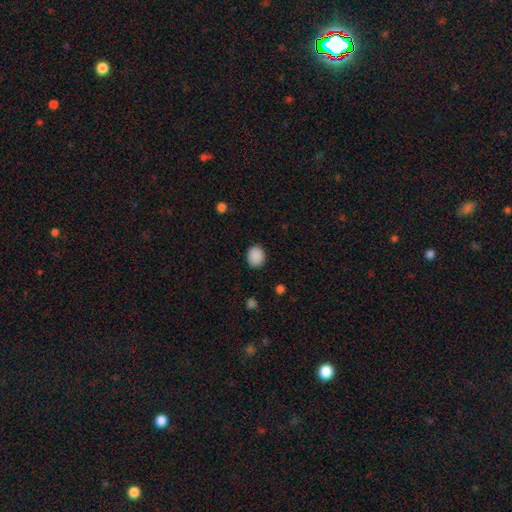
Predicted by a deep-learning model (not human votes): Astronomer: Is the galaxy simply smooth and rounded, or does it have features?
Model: smooth — 89%.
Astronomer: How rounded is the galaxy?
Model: round — 71%.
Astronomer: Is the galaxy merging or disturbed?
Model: none — 88%.